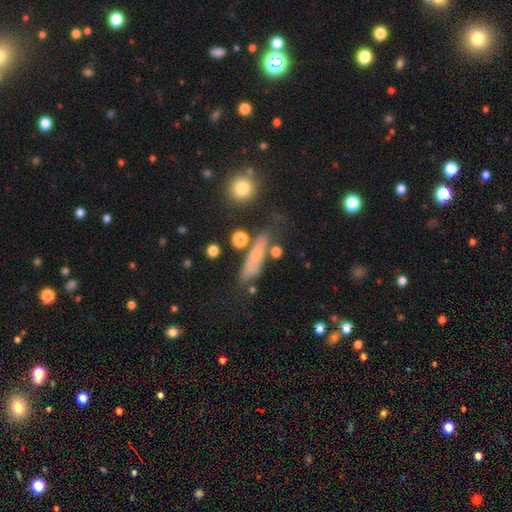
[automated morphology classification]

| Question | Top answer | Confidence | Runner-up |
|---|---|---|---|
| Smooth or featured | smooth | 55% | featured or disk (33%) |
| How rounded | cigar-shaped | 58% | in between (35%) |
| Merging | none | 57% | minor disturbance (23%) |